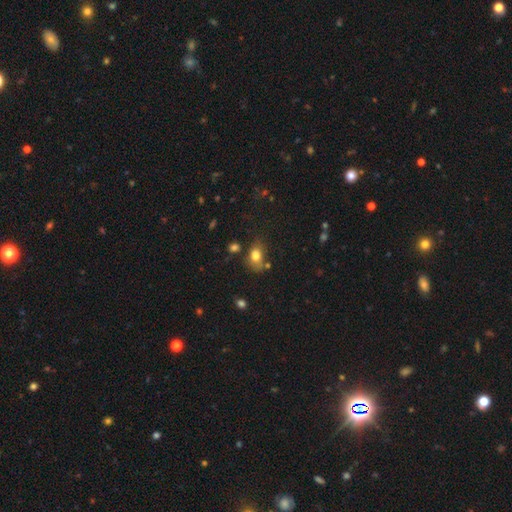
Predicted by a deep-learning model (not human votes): This is likely a smooth galaxy (79%). How rounded: likely in between (73%). Merging: possibly none (52%).